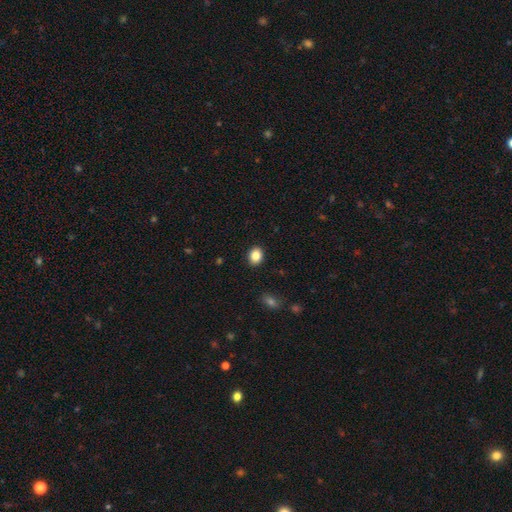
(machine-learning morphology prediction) type=smooth (85%); roundness=in between (50%, tied with round); merging=none (91%).